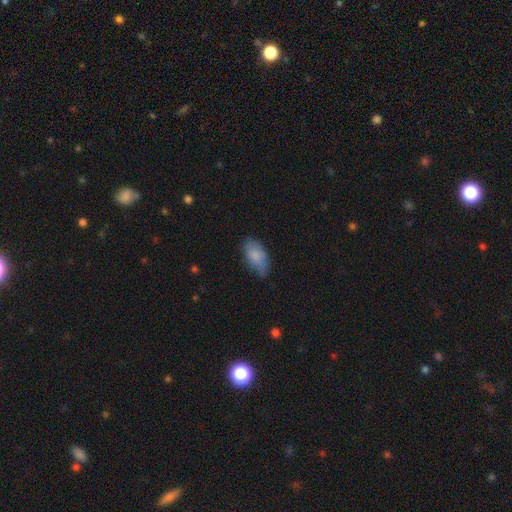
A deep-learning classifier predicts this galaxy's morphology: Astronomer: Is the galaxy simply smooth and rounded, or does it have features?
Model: smooth — 80%.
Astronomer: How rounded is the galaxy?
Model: in between — 93%.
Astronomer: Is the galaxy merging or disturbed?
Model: none — 55% (runner-up: minor disturbance, 36%).